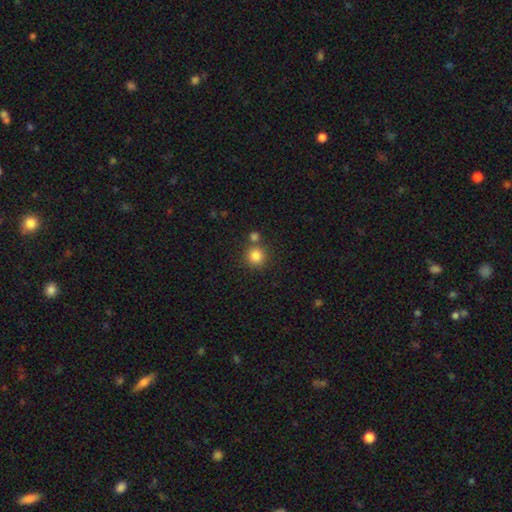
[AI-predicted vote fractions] Smooth or featured? Predicted: smooth (p=0.84). How rounded? Predicted: round (p=0.92). Merging? Predicted: none (p=0.69).